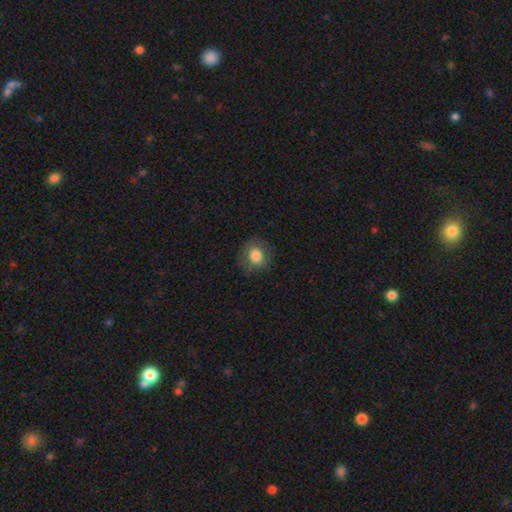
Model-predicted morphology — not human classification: Smooth or featured: smooth — 78% (featured or disk — 13%)
How rounded: round — 80% (in between — 19%)
Merging: none — 80% (minor disturbance — 14%)